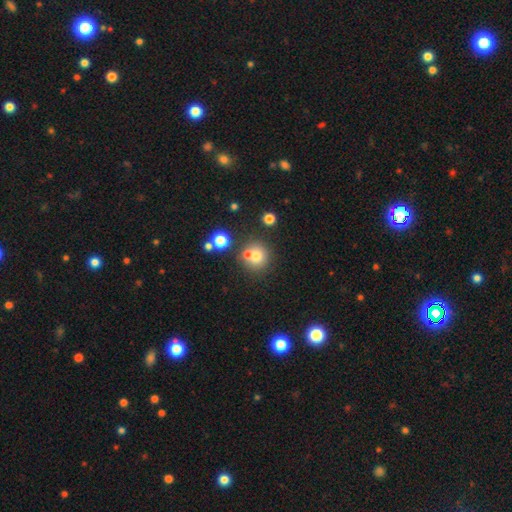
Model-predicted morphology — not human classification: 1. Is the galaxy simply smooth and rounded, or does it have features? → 72% smooth, 15% star or artifact, 14% featured or disk.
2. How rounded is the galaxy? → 90% round, 9% in between, 1% cigar-shaped.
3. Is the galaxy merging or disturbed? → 60% none, 28% merger, 8% minor disturbance, 3% major disturbance.